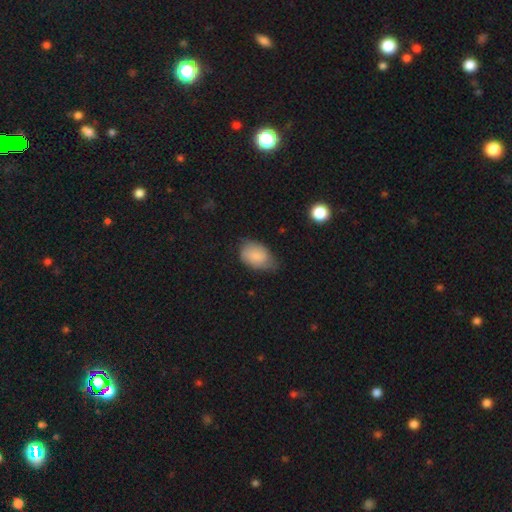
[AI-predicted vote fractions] A smooth galaxy with no disk features (78%) that is in between round and cigar-shaped (85%).

Vote fractions:
- Smooth or featured? smooth: 78% / featured or disk: 15% / star or artifact: 7%
- How rounded? in between: 85% / round: 14% / cigar-shaped: 1%
- Merging? none: 46% / minor disturbance: 42% / major disturbance: 10% / merger: 2%